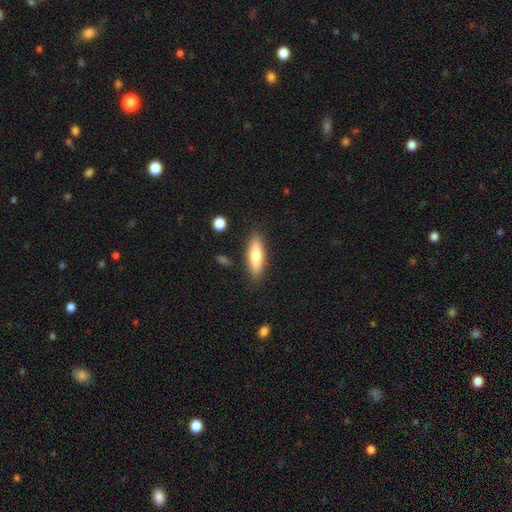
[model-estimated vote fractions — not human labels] Smooth or featured: smooth — 66% (featured or disk — 28%)
How rounded: cigar-shaped — 54% (in between — 44%)
Merging: none — 86% (minor disturbance — 10%)